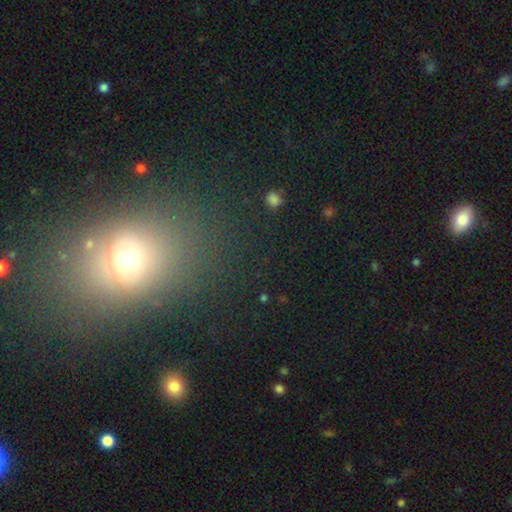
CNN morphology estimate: A smooth galaxy with no disk features (54%) that is in between round and cigar-shaped (49%). Merging: none (78%).